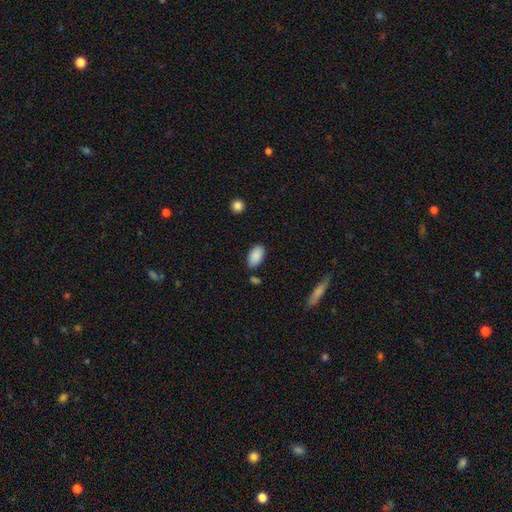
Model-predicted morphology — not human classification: Smooth or featured? smooth (89%)
How rounded? in between (95%)
Merging? none (79%)